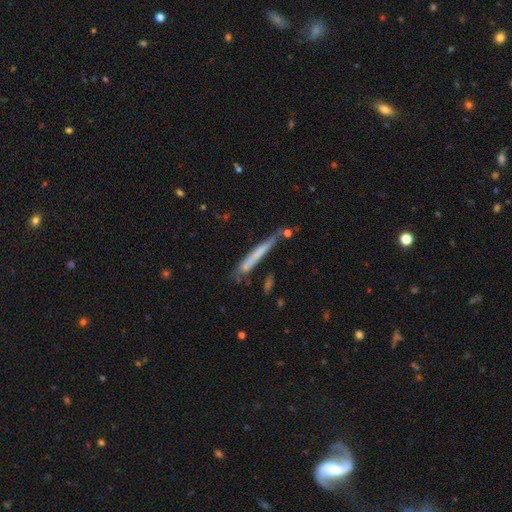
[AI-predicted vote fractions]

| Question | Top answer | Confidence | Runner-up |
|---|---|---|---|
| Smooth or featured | smooth | 54% | featured or disk (40%) |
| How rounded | cigar-shaped | 96% | in between (2%) |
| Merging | none | 70% | minor disturbance (19%) |